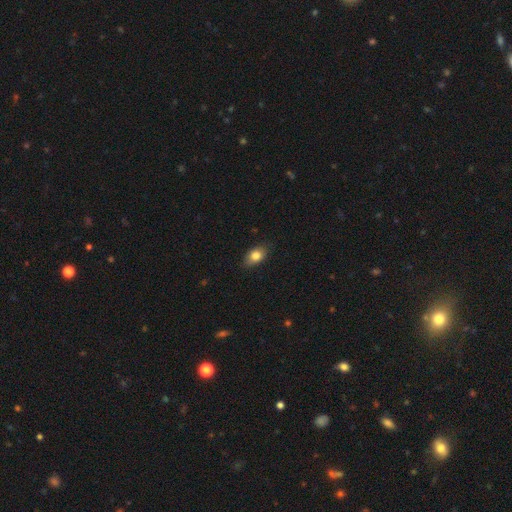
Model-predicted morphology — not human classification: Smooth or featured?
  - smooth: 82% *
  - featured or disk: 11%
  - star or artifact: 8%
How rounded?
  - in between: 85% *
  - round: 12%
  - cigar-shaped: 3%
Merging?
  - none: 84% *
  - minor disturbance: 13%
  - major disturbance: 2%
  - merger: 1%